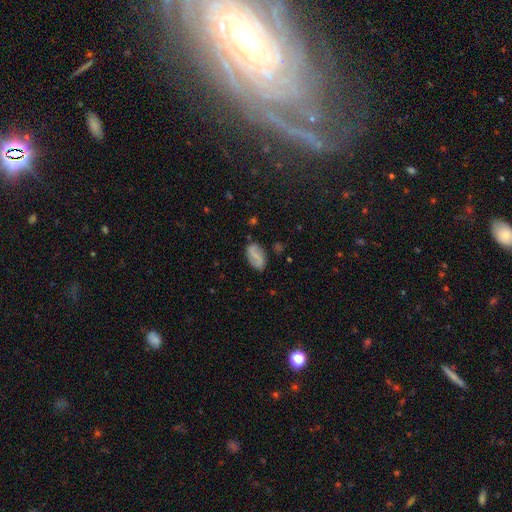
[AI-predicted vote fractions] smooth-or-featured: featured or disk: 48% | smooth: 44% | star or artifact: 8%
  merging: none: 81% | minor disturbance: 14% | major disturbance: 4% | merger: 2%